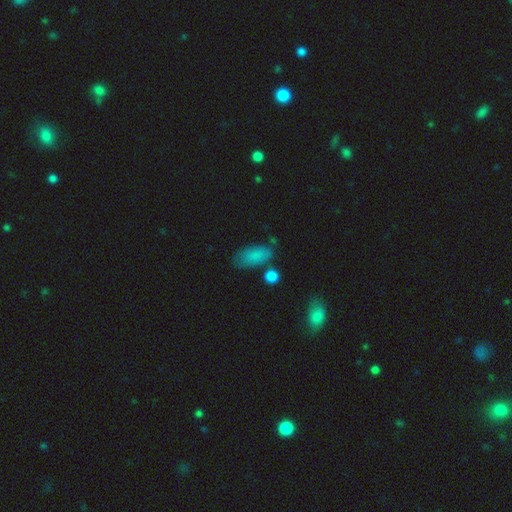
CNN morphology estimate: Smooth or featured? smooth (83%)
How rounded? in between (90%)
Merging? none (65%)